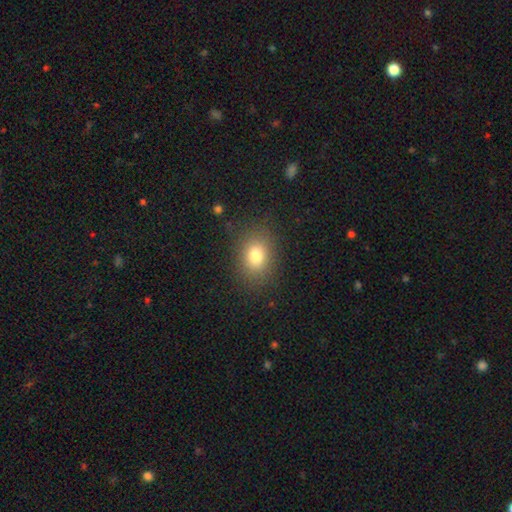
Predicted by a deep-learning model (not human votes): Smooth or featured?
  - smooth: 78% *
  - star or artifact: 13%
  - featured or disk: 9%
How rounded?
  - in between: 58% *
  - round: 41%
  - cigar-shaped: 1%
Merging?
  - none: 84% *
  - minor disturbance: 10%
  - major disturbance: 4%
  - merger: 1%